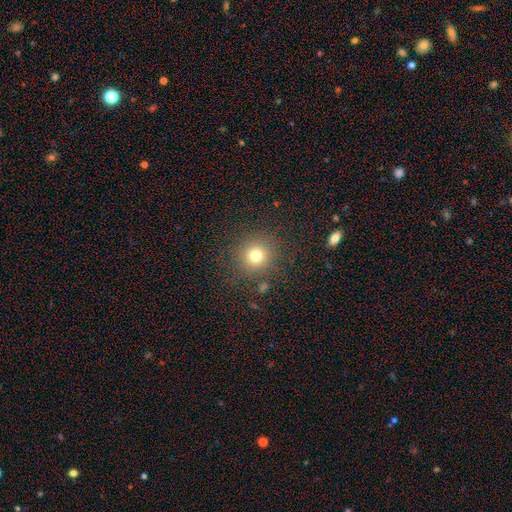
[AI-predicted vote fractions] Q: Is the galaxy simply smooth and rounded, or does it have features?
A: smooth — 74%.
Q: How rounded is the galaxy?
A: round — 91%.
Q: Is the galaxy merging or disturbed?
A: none — 85%.